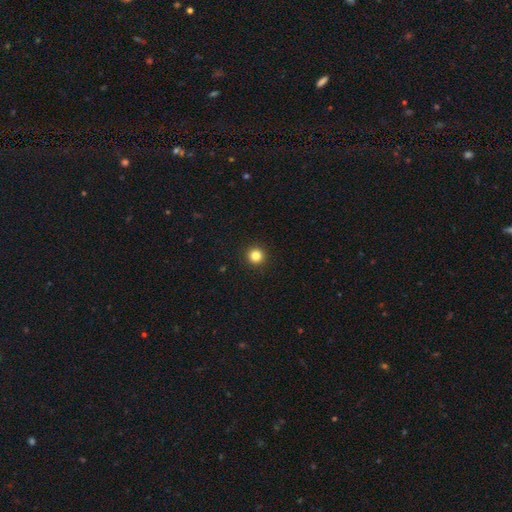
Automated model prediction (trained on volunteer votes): smooth 85%, star or artifact 11%, featured or disk 4%. Down the decision tree: how rounded — round (96%); merging — none (94%).